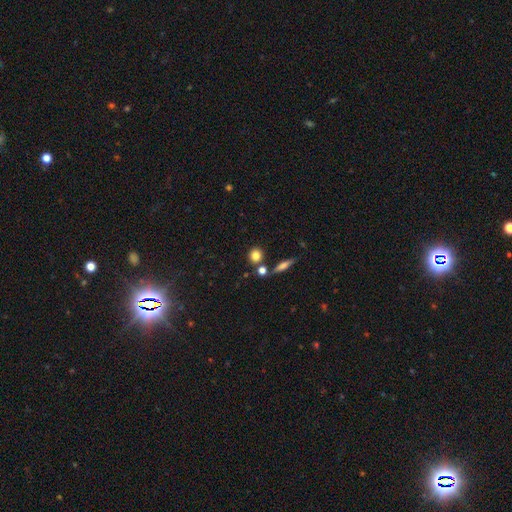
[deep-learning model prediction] smooth_or_featured: smooth (p=0.80) [alt: star or artifact p=0.10]
how_rounded: round (p=0.81) [alt: in between p=0.16]
merging: none (p=0.73) [alt: merger p=0.15]